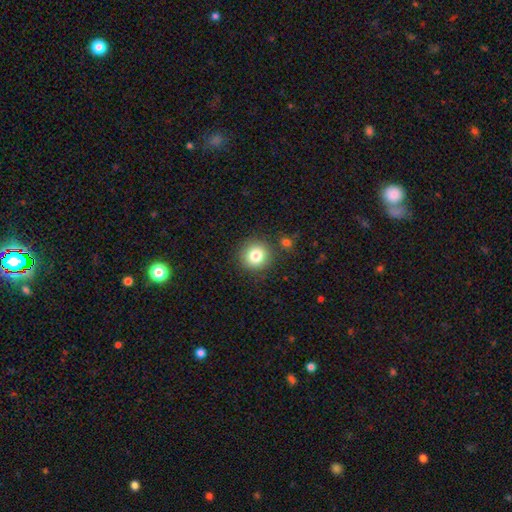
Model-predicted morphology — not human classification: Smooth or featured: smooth — 82% (star or artifact — 11%)
How rounded: round — 93% (in between — 6%)
Merging: none — 86% (minor disturbance — 8%)